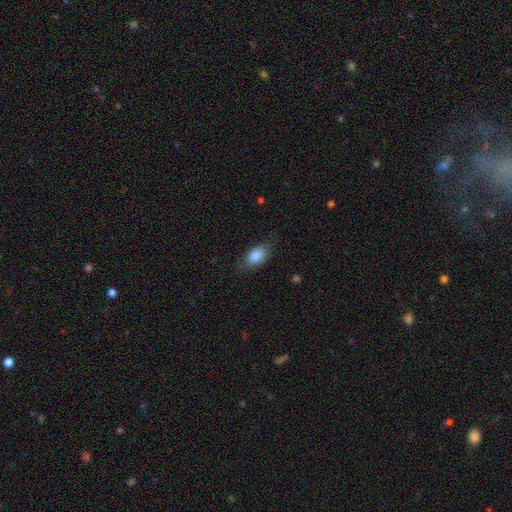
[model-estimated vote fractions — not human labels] Q: Smooth or featured?
A: smooth (86%); runner-up: star or artifact (7%)
Q: How rounded?
A: in between (88%); runner-up: round (8%)
Q: Merging?
A: none (75%); runner-up: minor disturbance (18%)